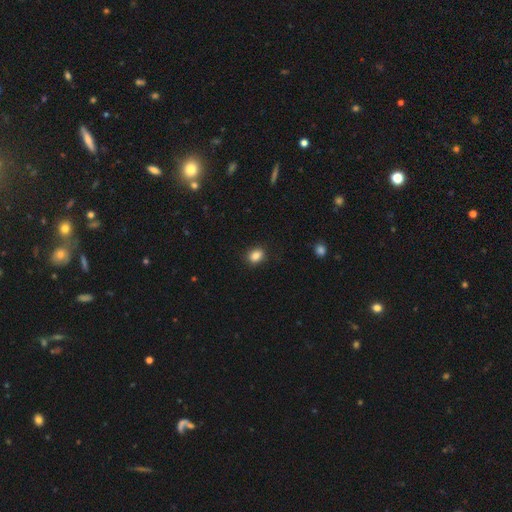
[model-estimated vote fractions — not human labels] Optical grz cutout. It shows a smooth galaxy with no disk features (86%) that is in between round and cigar-shaped (55%). Merging: none (88%).